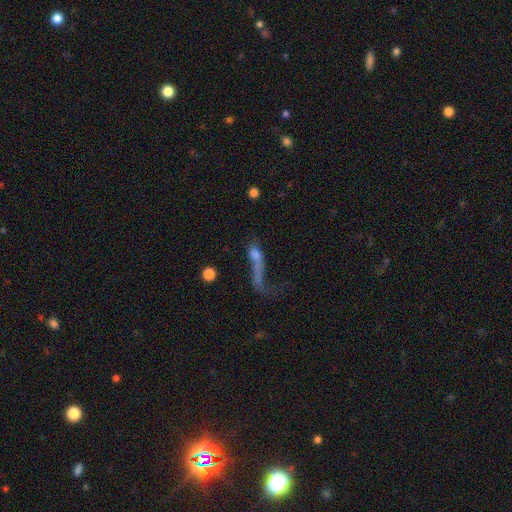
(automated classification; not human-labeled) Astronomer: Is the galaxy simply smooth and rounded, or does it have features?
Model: featured or disk — 44% (runner-up: smooth, 35%).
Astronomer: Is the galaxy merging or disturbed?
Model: major disturbance — 43% (runner-up: none, 24%).